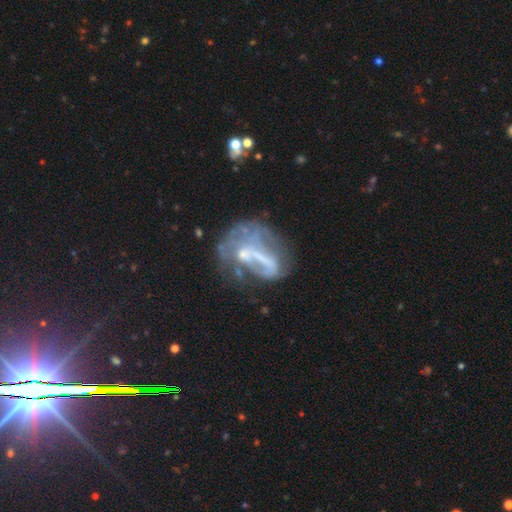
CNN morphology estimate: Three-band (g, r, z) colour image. It shows a featured or disk galaxy (63%) with no bar (55%), no spiral arms (72%) and no central bulge (45%). Merging: major disturbance (37%).